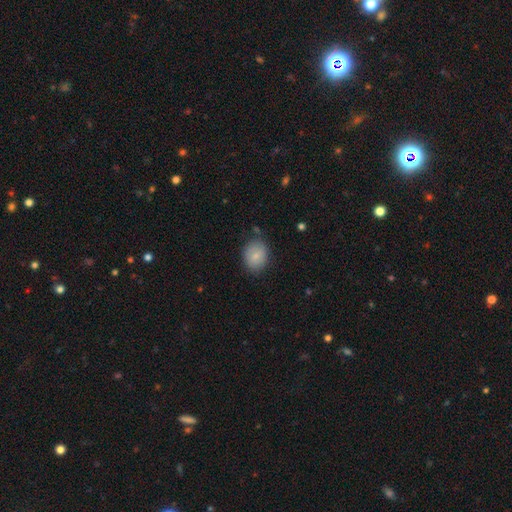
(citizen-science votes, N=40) smooth-or-featured: smooth: 75% | featured or disk: 18% | star or artifact: 8%
  how-rounded: in between: 63% | round: 37% | cigar-shaped: 0%
  merging: none: 70% | minor disturbance: 24% | major disturbance: 3% | merger: 3%